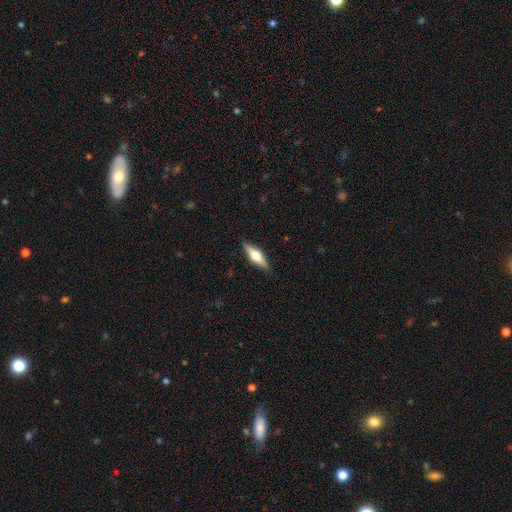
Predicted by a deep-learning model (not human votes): Smooth or featured? Predicted: featured or disk (p=0.60). Edge-on disk? Predicted: yes (p=0.96). Edge-on bulge? Predicted: rounded (p=0.94). Merging? Predicted: none (p=0.89).